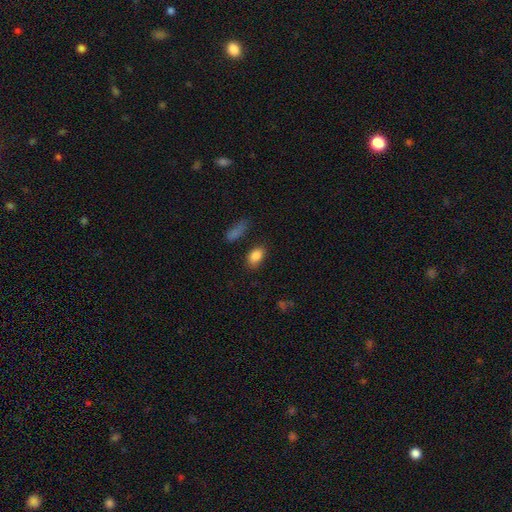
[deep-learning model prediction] This appears to be a smooth galaxy with no disk features (86%) that is in between round and cigar-shaped (88%). Merging: none (81%).